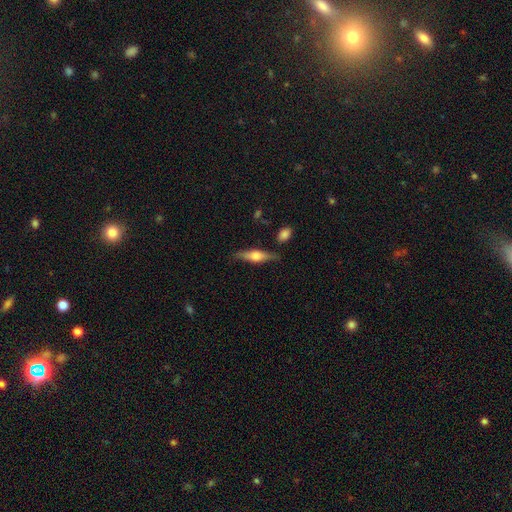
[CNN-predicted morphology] Smooth or featured: featured or disk — 55% (smooth — 39%)
Edge-on disk: yes — 94% (no — 6%)
Edge-on bulge: rounded — 87% (boxy — 10%)
Merging: none — 78% (minor disturbance — 14%)